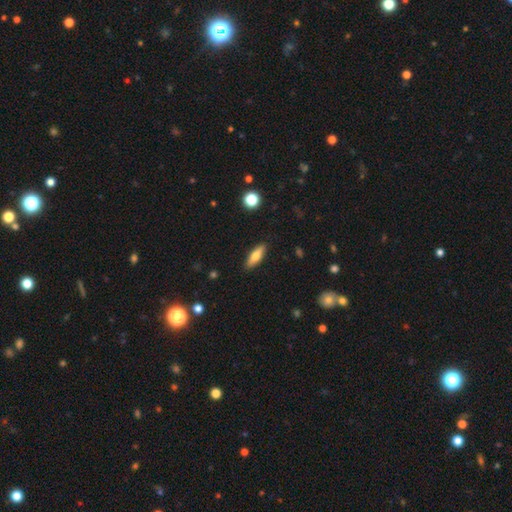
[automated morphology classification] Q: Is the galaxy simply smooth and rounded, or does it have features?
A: smooth — 69%.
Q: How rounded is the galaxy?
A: in between — 52%.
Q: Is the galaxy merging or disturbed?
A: none — 89%.